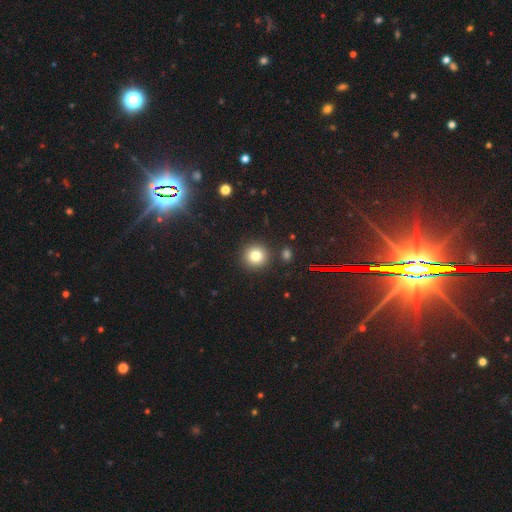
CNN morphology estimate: smooth_or_featured: smooth (p=0.79) [alt: star or artifact p=0.14]
how_rounded: round (p=0.94) [alt: in between p=0.05]
merging: none (p=0.89) [alt: minor disturbance p=0.06]